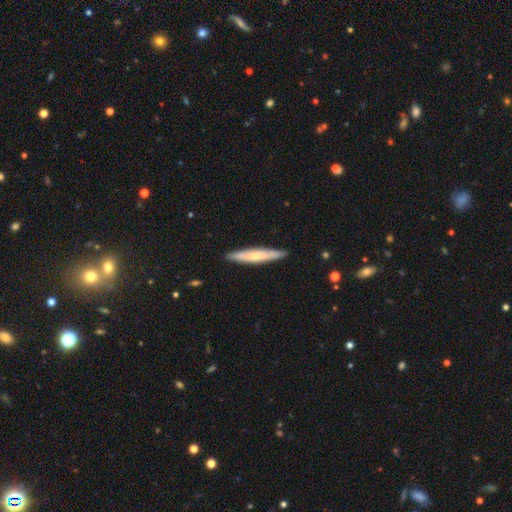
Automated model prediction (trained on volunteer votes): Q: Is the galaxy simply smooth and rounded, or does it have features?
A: smooth — 51%.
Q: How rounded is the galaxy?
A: cigar-shaped — 92%.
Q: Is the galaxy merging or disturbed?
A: none — 89%.